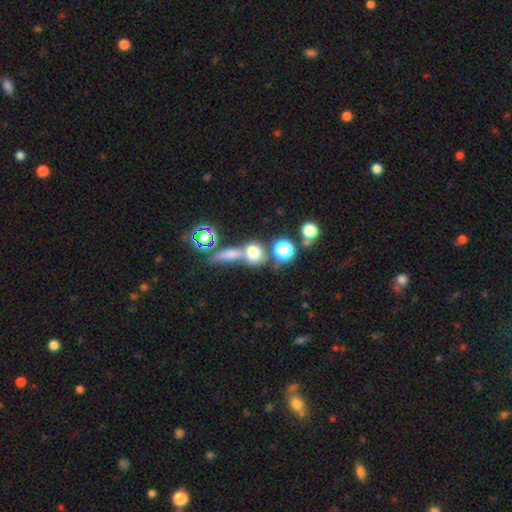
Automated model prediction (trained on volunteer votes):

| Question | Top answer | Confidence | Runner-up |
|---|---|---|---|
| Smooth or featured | star or artifact | 41% | smooth (36%) |